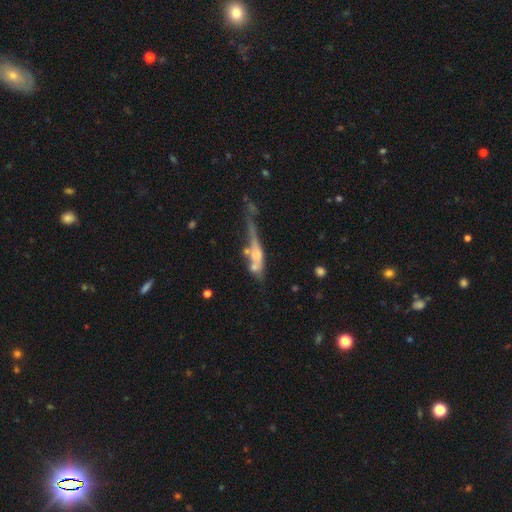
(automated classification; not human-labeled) A featured or disk galaxy (49%).

Vote fractions:
- Smooth or featured? featured or disk: 49% / smooth: 40% / star or artifact: 11%
- Merging? major disturbance: 30% / merger: 24% / none: 24% / minor disturbance: 22%